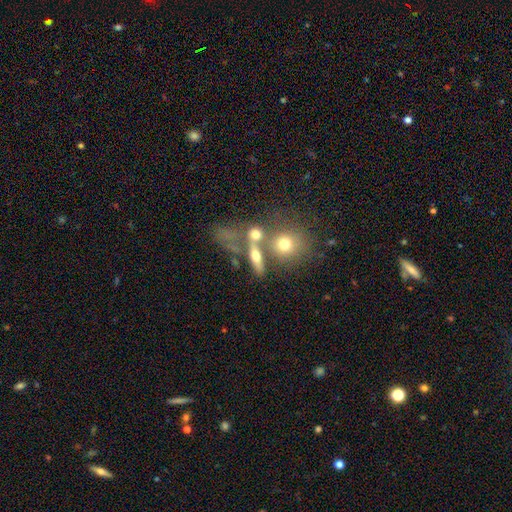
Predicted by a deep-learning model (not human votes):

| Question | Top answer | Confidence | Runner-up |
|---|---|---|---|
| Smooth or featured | smooth | 56% | featured or disk (31%) |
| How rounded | in between | 43% | round (30%) |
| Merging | none | 43% | merger (36%) |